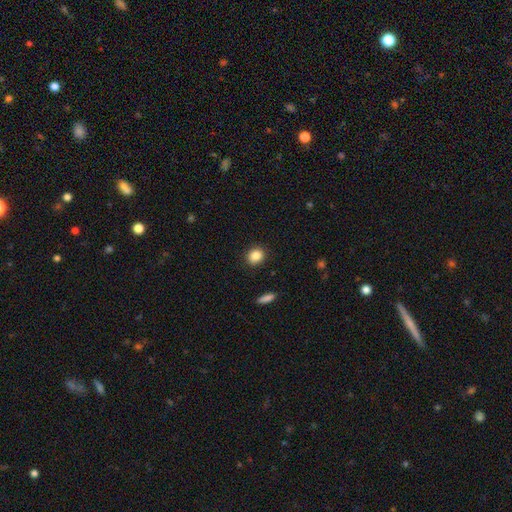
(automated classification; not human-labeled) Smooth or featured? Predicted: smooth (p=0.86). How rounded? Predicted: round (p=0.69). Merging? Predicted: none (p=0.89).